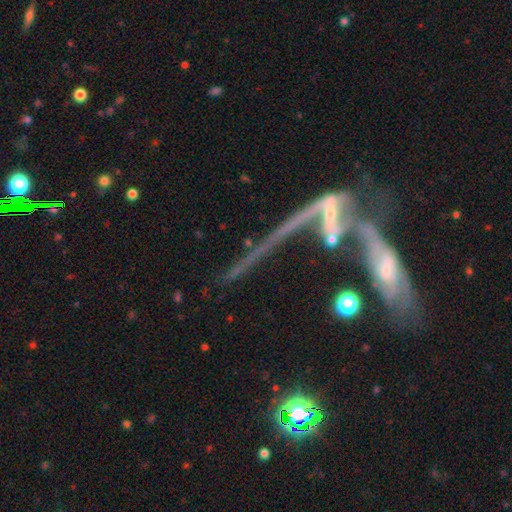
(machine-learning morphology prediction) featured or disk 63%, star or artifact 19%, smooth 18%. Down the decision tree: edge-on disk — no (56%); merging — merger (53%).